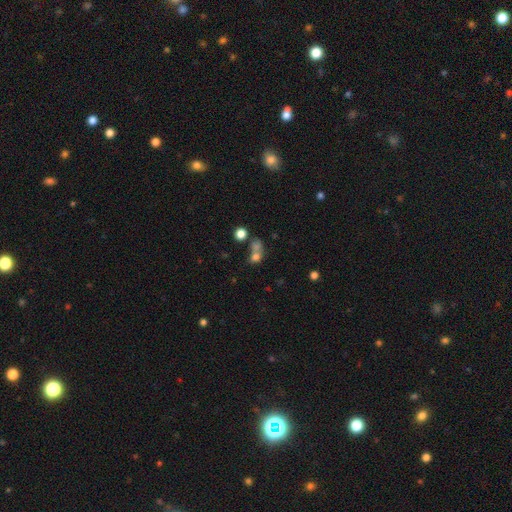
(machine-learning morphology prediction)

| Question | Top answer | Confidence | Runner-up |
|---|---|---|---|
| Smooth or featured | smooth | 69% | star or artifact (18%) |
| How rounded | round | 62% | in between (36%) |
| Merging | merger | 50% | none (32%) |